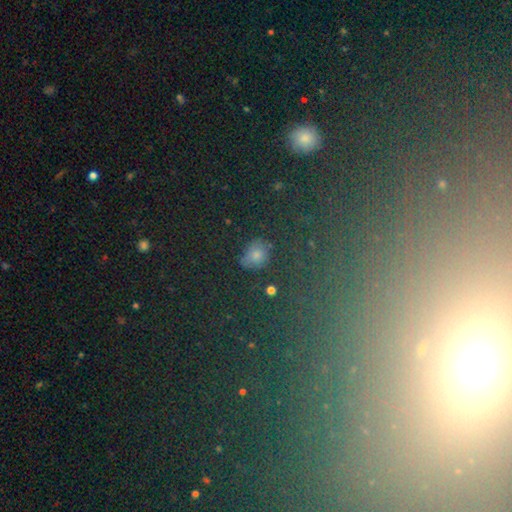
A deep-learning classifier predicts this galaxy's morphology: A smooth galaxy with no disk features (62%) that is round (49%).

Vote fractions:
- Smooth or featured? smooth: 62% / star or artifact: 27% / featured or disk: 11%
- How rounded? round: 49% / in between: 48% / cigar-shaped: 2%
- Merging? none: 67% / minor disturbance: 19% / major disturbance: 9% / merger: 4%